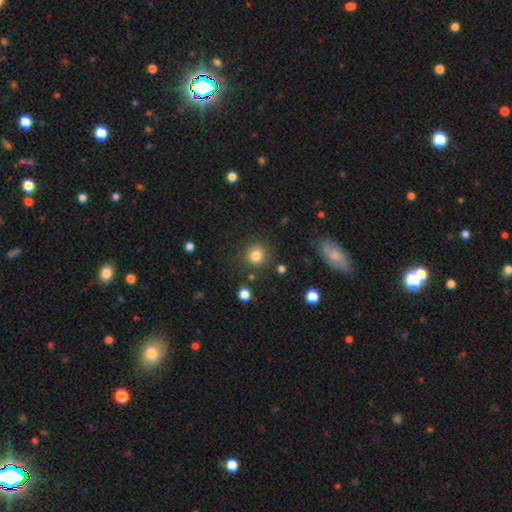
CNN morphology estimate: smooth 83%, star or artifact 12%, featured or disk 5%. Down the decision tree: how rounded — round (88%); merging — none (84%).